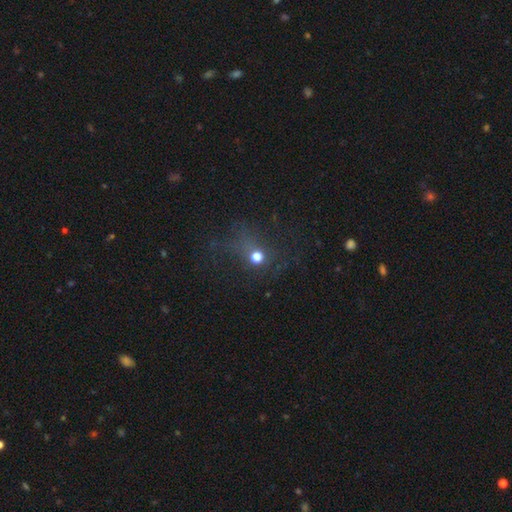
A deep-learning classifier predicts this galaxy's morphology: Smooth or featured? star or artifact (42%)